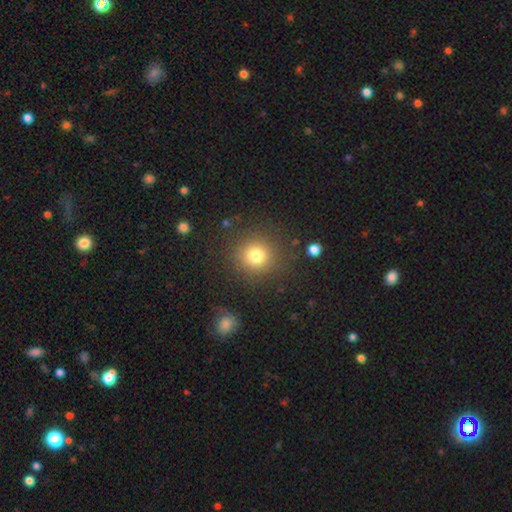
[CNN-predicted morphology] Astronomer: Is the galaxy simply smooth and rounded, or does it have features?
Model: smooth — 79%.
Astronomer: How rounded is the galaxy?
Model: round — 90%.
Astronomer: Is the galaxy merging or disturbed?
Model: none — 85%.